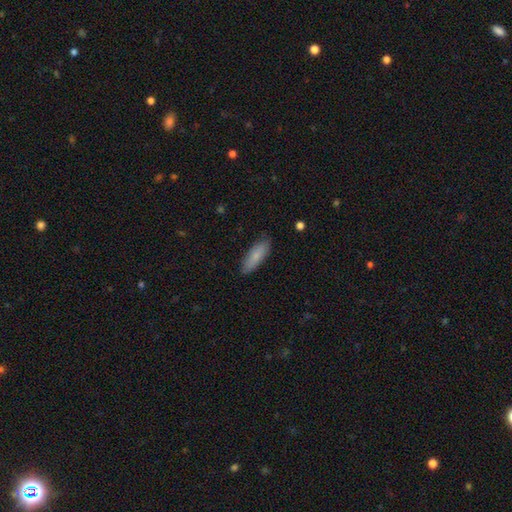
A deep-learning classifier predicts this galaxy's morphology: Q: Smooth or featured?
A: smooth (82%); runner-up: featured or disk (12%)
Q: How rounded?
A: in between (54%); runner-up: cigar-shaped (44%)
Q: Merging?
A: none (85%); runner-up: minor disturbance (12%)